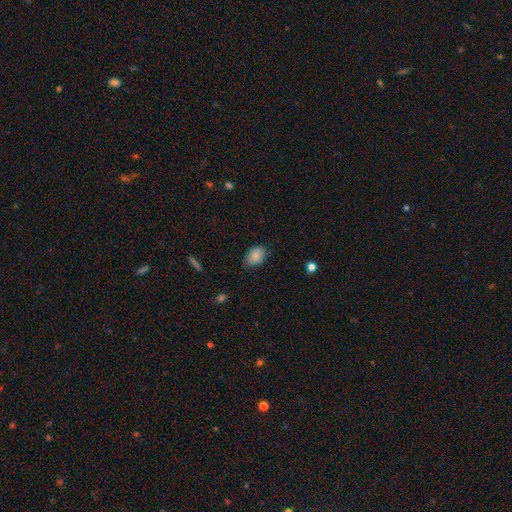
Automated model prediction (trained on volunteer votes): Smooth or featured? smooth (86%)
How rounded? in between (81%)
Merging? none (75%)